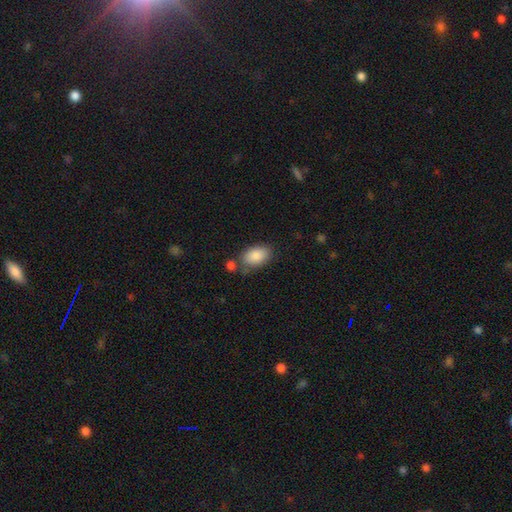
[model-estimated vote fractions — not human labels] The model was most divided on "merging": none: 67%, minor disturbance: 17%, merger: 10%, major disturbance: 5%. More confident: how rounded — in between (91%); smooth or featured — smooth (88%).